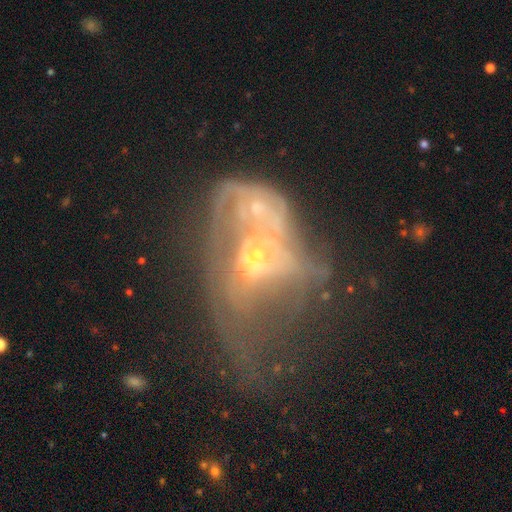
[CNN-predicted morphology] Smooth or featured: featured or disk — 66% (smooth — 21%)
Edge-on disk: no — 95% (yes — 5%)
Bar: no — 80% (weak — 16%)
Spiral arms: no — 59% (yes — 41%)
Bulge size: moderate — 55% (small — 33%)
Merging: merger — 54% (major disturbance — 30%)